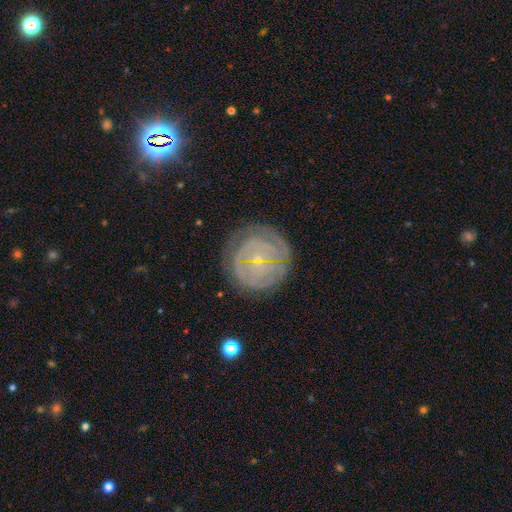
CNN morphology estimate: A featured or disk galaxy (72%) with no bar (54%), tight (80%) spiral arms (94%) and a small central bulge (76%).

Vote fractions:
- Smooth or featured? featured or disk: 72% / smooth: 14% / star or artifact: 14%
- Edge-on disk? no: 97% / yes: 3%
- Bar? no: 54% / weak: 34% / strong: 12%
- Spiral arms? yes: 94% / no: 6%
- Spiral winding? tight: 80% / medium: 17% / loose: 3%
- Spiral arm count? can't tell: 31% / 2: 25% / 3: 19% / 4: 12% / more than 4: 7% / 1: 7%
- Bulge size? small: 76% / none: 12% / moderate: 10% / large: 1% / dominant: 1%
- Merging? none: 82% / minor disturbance: 12% / major disturbance: 4% / merger: 1%